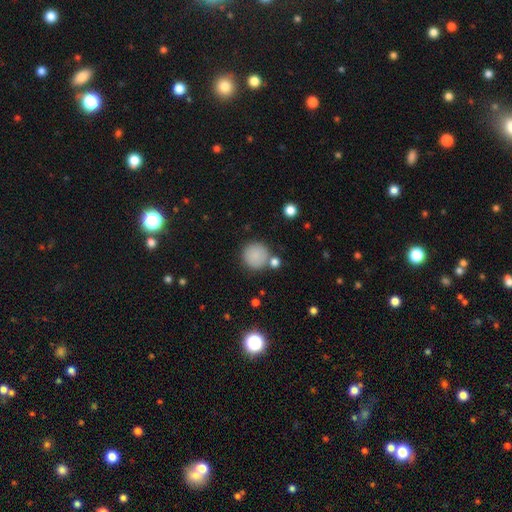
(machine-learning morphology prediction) A smooth galaxy with no disk features (86%) that is round (95%).

Vote fractions:
- Smooth or featured? smooth: 86% / star or artifact: 9% / featured or disk: 5%
- How rounded? round: 95% / in between: 5% / cigar-shaped: 1%
- Merging? none: 77% / merger: 10% / minor disturbance: 9% / major disturbance: 3%